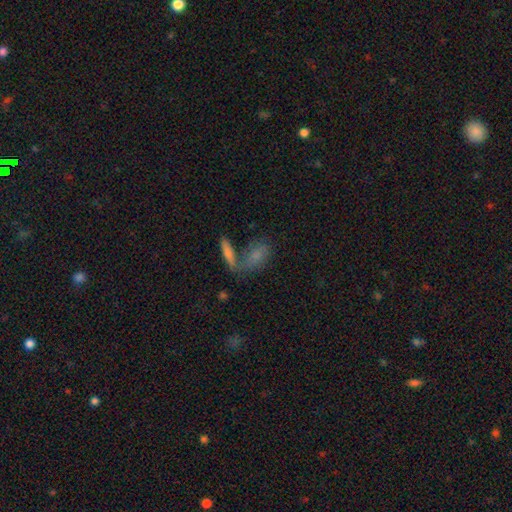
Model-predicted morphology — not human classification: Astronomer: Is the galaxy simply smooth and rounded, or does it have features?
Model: smooth — 67%.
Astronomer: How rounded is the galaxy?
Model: in between — 71%.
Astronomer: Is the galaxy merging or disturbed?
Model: merger — 44% (runner-up: none, 38%).